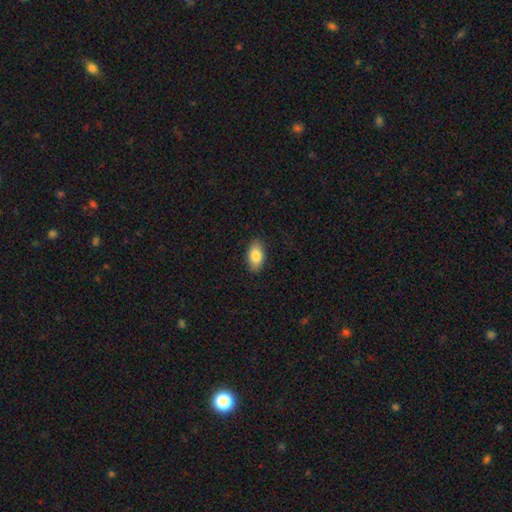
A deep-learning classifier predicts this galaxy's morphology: Q: Smooth or featured?
A: smooth (83%); runner-up: featured or disk (10%)
Q: How rounded?
A: in between (91%); runner-up: round (6%)
Q: Merging?
A: none (87%); runner-up: minor disturbance (10%)